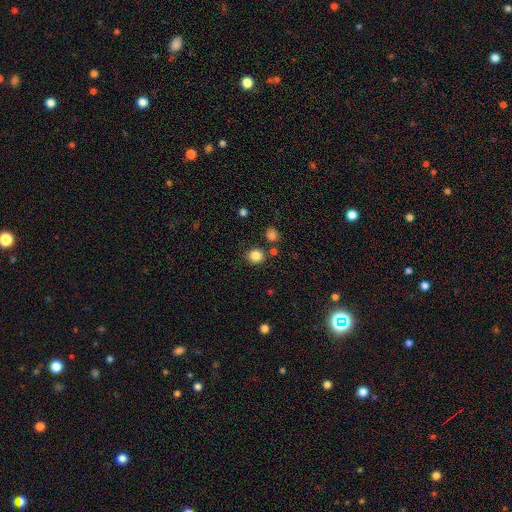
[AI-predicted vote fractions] This appears to be a smooth galaxy with no disk features (85%) that is round (87%). Merging: none (83%).